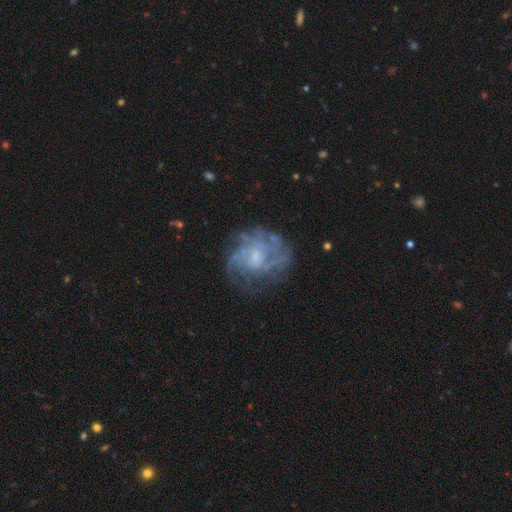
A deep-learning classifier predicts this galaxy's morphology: Smooth or featured: featured or disk — 81% (smooth — 11%)
Edge-on disk: no — 98% (yes — 2%)
Bar: no — 61% (weak — 34%)
Spiral arms: yes — 87% (no — 13%)
Spiral winding: tight — 49% (medium — 38%)
Spiral arm count: can't tell — 42% (3 — 17%)
Bulge size: small — 56% (moderate — 24%)
Merging: none — 66% (minor disturbance — 18%)